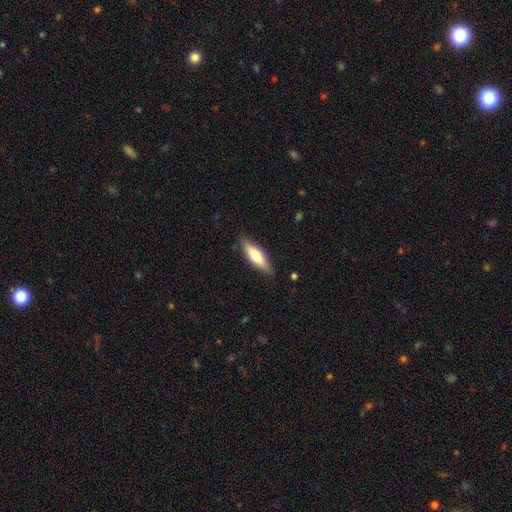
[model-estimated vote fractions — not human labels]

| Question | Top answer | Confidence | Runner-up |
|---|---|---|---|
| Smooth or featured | smooth | 58% | featured or disk (36%) |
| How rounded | cigar-shaped | 53% | in between (45%) |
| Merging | none | 84% | minor disturbance (12%) |